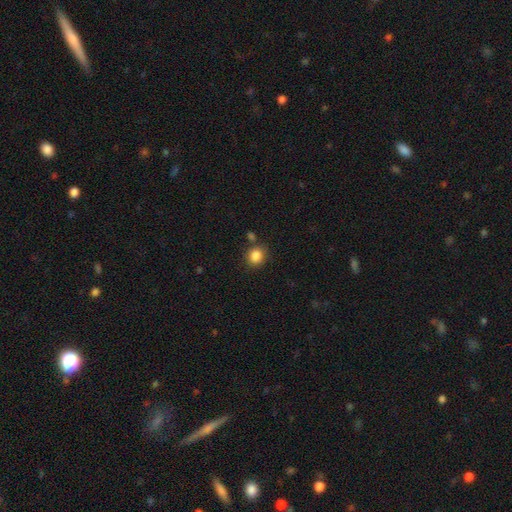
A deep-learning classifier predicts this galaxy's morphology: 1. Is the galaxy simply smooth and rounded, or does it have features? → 85% smooth, 10% star or artifact, 4% featured or disk.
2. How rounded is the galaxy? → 78% round, 21% in between, 1% cigar-shaped.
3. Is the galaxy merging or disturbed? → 80% none, 10% minor disturbance, 7% merger, 3% major disturbance.